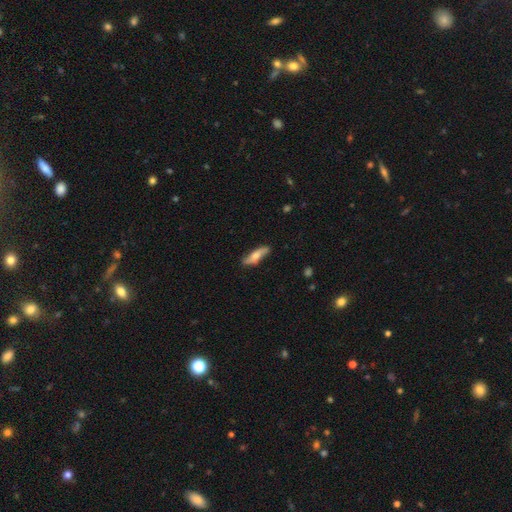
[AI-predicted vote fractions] Smooth or featured? smooth (52%)
How rounded? cigar-shaped (56%)
Merging? none (79%)